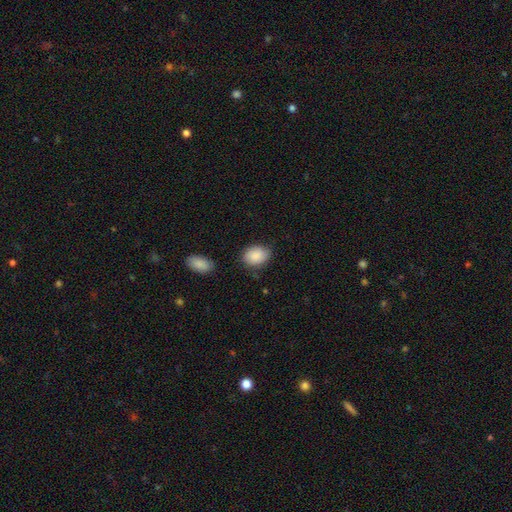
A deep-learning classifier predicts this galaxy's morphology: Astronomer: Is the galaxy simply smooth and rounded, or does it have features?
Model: smooth — 88%.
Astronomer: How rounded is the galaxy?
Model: in between — 67%.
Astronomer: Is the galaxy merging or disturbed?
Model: none — 78%.